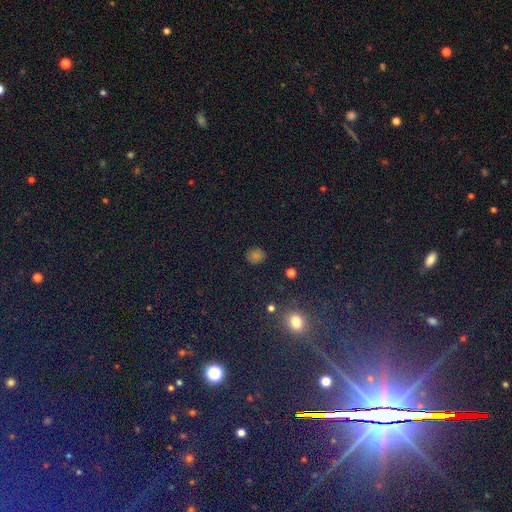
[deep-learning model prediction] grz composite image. It shows a smooth galaxy with no disk features (68%) that is round (85%). Merging: none (85%).